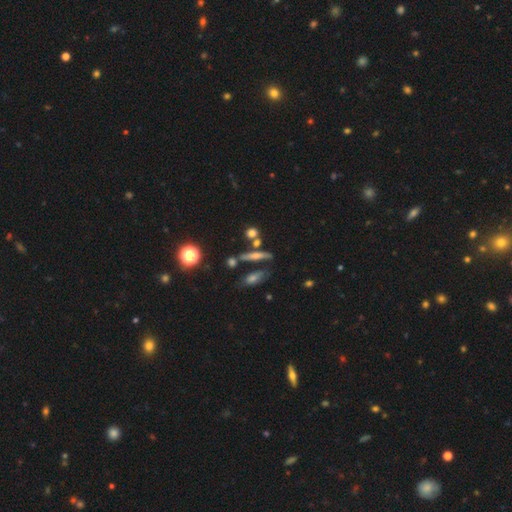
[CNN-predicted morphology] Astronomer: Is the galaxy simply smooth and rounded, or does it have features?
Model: smooth — 45% (runner-up: featured or disk, 38%).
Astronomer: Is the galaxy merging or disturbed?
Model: none — 65%.